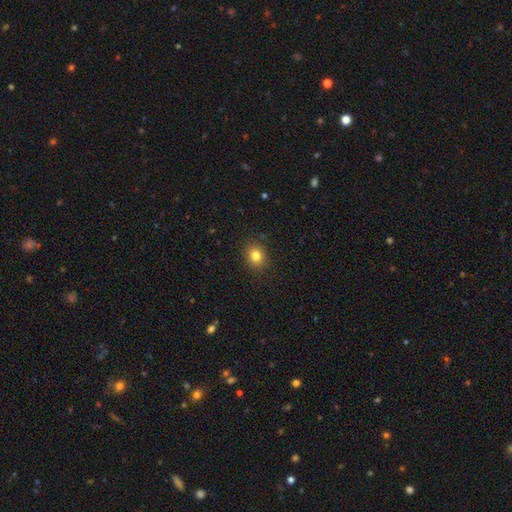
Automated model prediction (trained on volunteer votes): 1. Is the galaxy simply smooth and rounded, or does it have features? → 81% smooth, 12% star or artifact, 7% featured or disk.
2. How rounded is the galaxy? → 64% round, 35% in between, 1% cigar-shaped.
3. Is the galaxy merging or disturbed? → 89% none, 8% minor disturbance, 2% major disturbance, 1% merger.